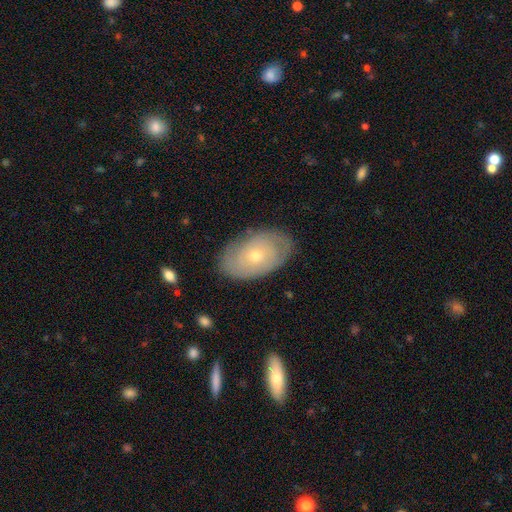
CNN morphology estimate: Smooth or featured? featured or disk (55%)
Edge-on disk? no (93%)
Bar? no (86%)
Spiral arms? yes (61%)
Bulge size? small (69%)
Merging? none (81%)